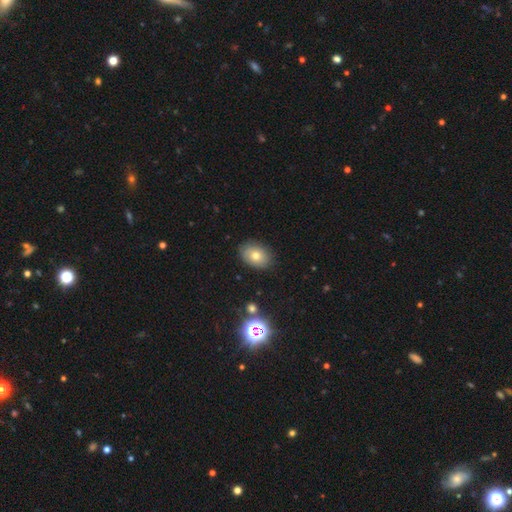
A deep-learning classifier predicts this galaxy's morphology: This appears to be a smooth galaxy with no disk features (72%) that is in between round and cigar-shaped (75%). Merging: none (85%).